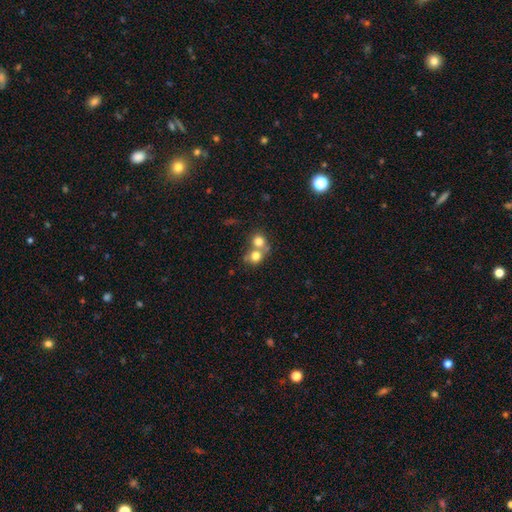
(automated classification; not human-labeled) smooth-or-featured: smooth: 75% | featured or disk: 14% | star or artifact: 11%
  how-rounded: round: 78% | in between: 21% | cigar-shaped: 1%
  merging: merger: 59% | none: 31% | minor disturbance: 6% | major disturbance: 3%